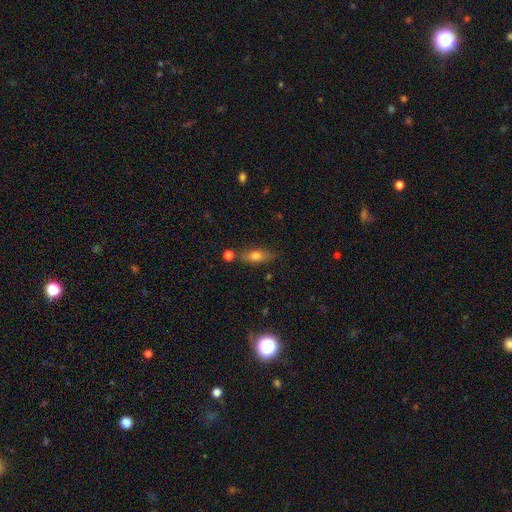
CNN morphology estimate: smooth_or_featured: smooth (p=0.65) [alt: featured or disk p=0.26]
how_rounded: in between (p=0.62) [alt: cigar-shaped p=0.33]
merging: none (p=0.72) [alt: minor disturbance p=0.15]